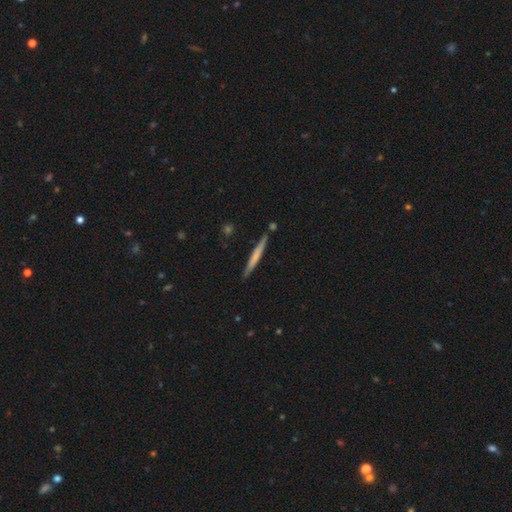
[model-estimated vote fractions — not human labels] A smooth galaxy with no disk features (55%) that is cigar-shaped (97%). Merging: none (86%).